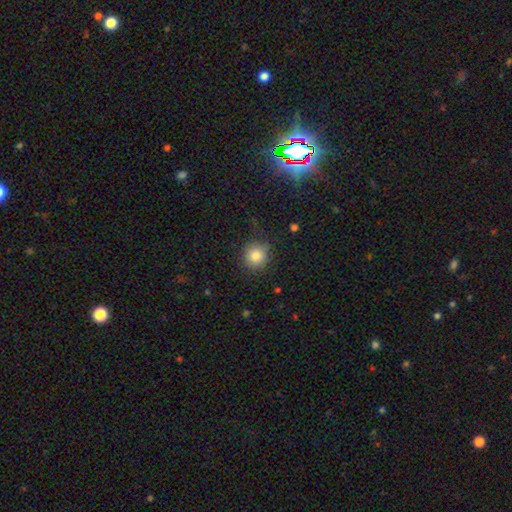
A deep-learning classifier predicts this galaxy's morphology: This appears to be a smooth galaxy with no disk features (83%) that is round (89%). Merging: none (79%).